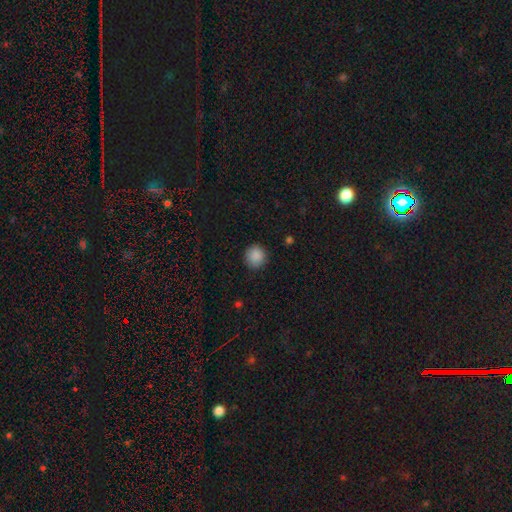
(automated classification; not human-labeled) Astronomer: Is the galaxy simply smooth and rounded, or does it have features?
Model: smooth — 88%.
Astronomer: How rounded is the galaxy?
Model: round — 91%.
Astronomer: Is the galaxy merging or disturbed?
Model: none — 89%.